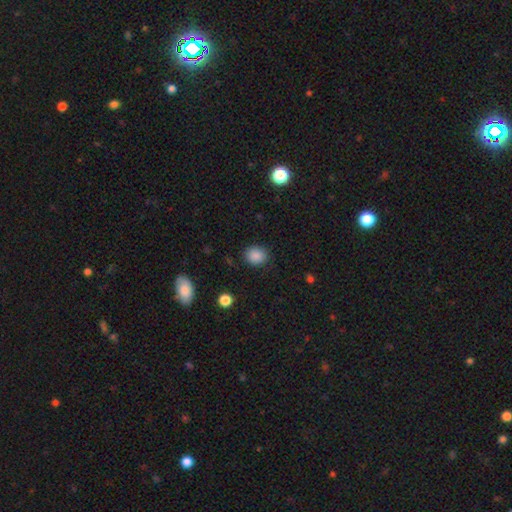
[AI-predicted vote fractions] smooth-or-featured: smooth: 87% | star or artifact: 10% | featured or disk: 3%
  how-rounded: round: 67% | in between: 32% | cigar-shaped: 1%
  merging: none: 86% | minor disturbance: 10% | major disturbance: 3% | merger: 1%